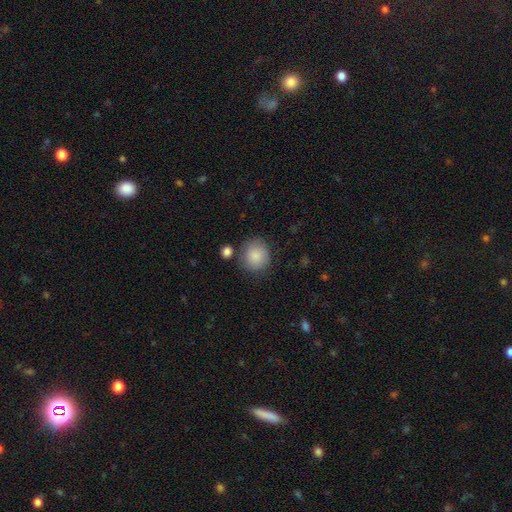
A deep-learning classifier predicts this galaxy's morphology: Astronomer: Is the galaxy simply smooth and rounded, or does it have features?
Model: smooth — 86%.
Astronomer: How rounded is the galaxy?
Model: round — 85%.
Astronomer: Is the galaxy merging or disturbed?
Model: none — 76%.